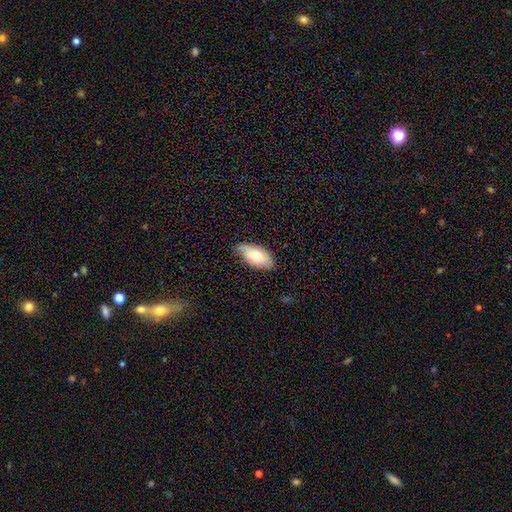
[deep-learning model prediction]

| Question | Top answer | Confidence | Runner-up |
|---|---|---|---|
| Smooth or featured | smooth | 66% | featured or disk (27%) |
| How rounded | in between | 94% | round (3%) |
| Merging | none | 62% | minor disturbance (30%) |